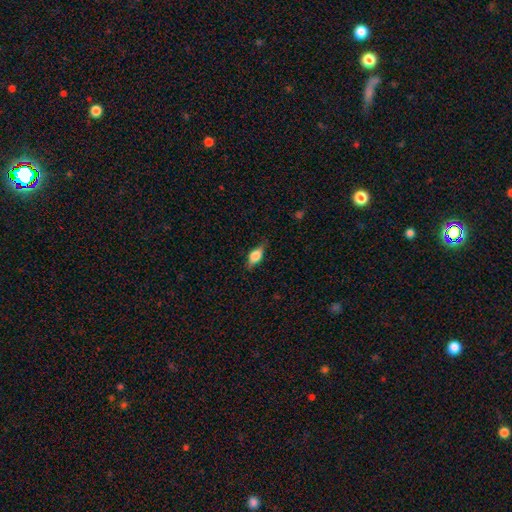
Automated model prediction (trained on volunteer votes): smooth-or-featured: smooth: 64% | featured or disk: 28% | star or artifact: 8%
  how-rounded: in between: 78% | cigar-shaped: 15% | round: 6%
  merging: none: 76% | minor disturbance: 19% | major disturbance: 5% | merger: 1%